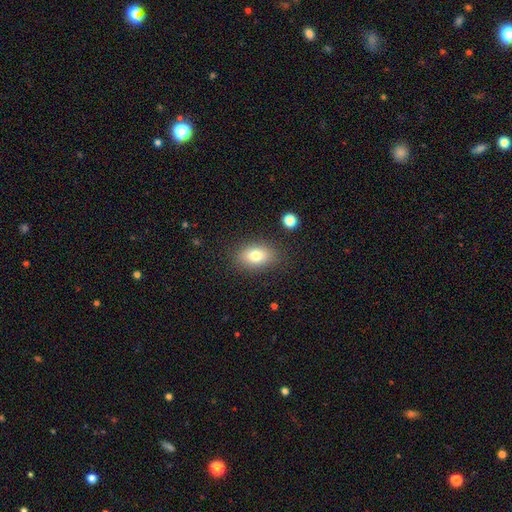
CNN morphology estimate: type=smooth (78%); roundness=in between (84%); merging=none (84%).